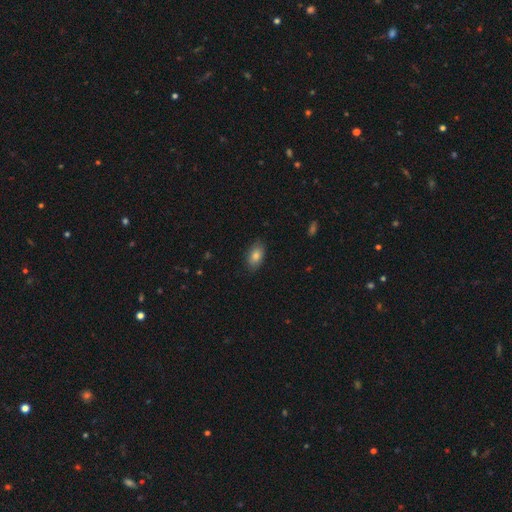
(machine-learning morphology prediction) type=smooth (81%); roundness=in between (92%); merging=none (85%).